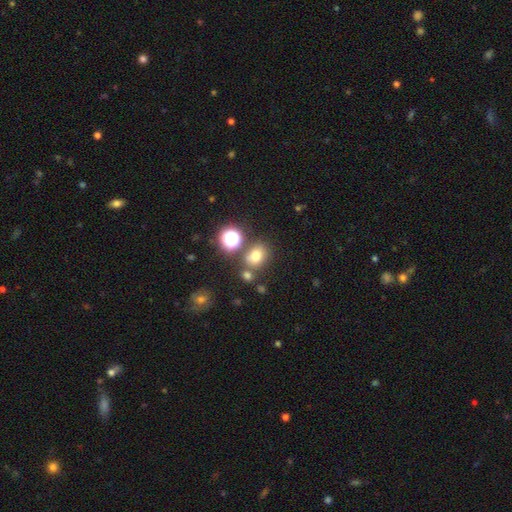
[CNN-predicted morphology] A smooth galaxy with no disk features (70%) that is round (51%).

Vote fractions:
- Smooth or featured? smooth: 70% / star or artifact: 20% / featured or disk: 10%
- How rounded? round: 51% / in between: 47% / cigar-shaped: 1%
- Merging? none: 68% / merger: 15% / minor disturbance: 12% / major disturbance: 5%